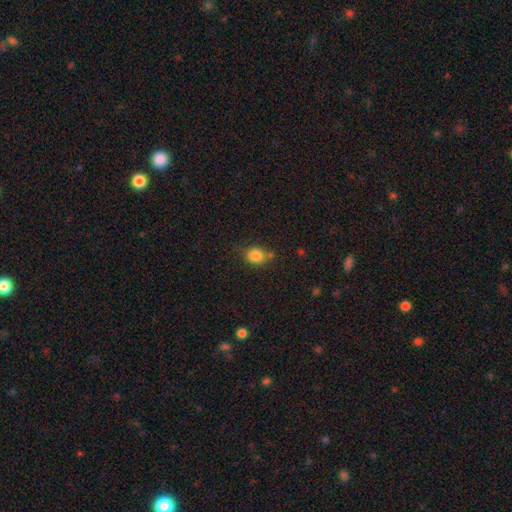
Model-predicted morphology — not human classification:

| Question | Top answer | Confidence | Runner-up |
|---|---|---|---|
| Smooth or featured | smooth | 83% | star or artifact (11%) |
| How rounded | round | 72% | in between (27%) |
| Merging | none | 66% | minor disturbance (18%) |